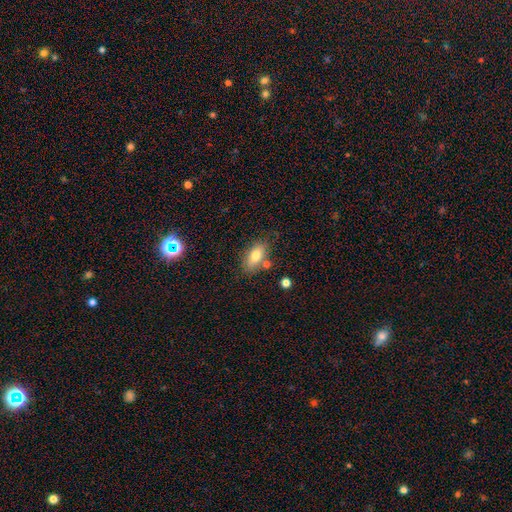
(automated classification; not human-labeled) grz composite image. It shows a smooth galaxy with no disk features (76%) that is in between round and cigar-shaped (87%). Merging: none (72%).